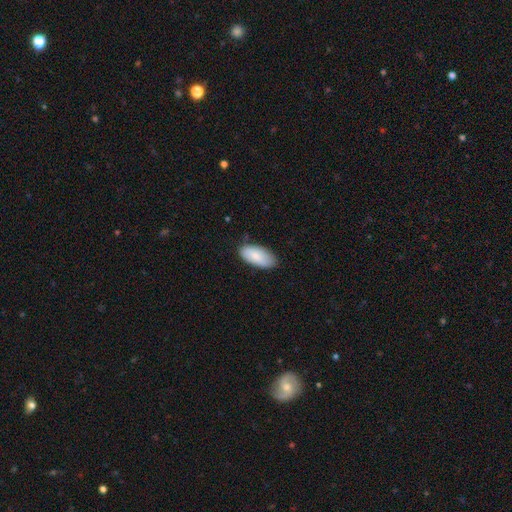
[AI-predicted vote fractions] Smooth or featured: smooth — 81% (featured or disk — 13%)
How rounded: in between — 93% (cigar-shaped — 5%)
Merging: none — 79% (minor disturbance — 17%)